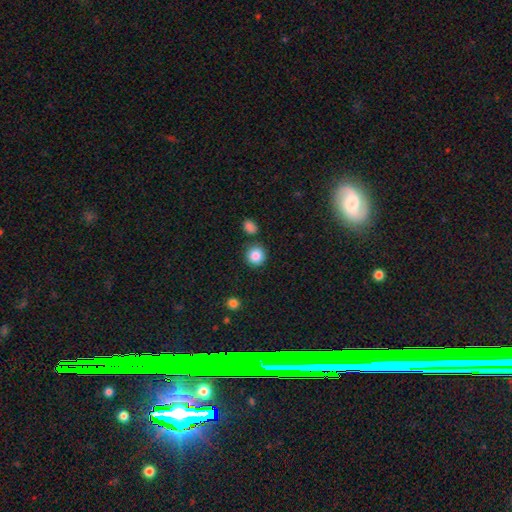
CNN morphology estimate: Smooth or featured: smooth — 87% (star or artifact — 9%)
How rounded: round — 92% (in between — 7%)
Merging: none — 83% (minor disturbance — 8%)